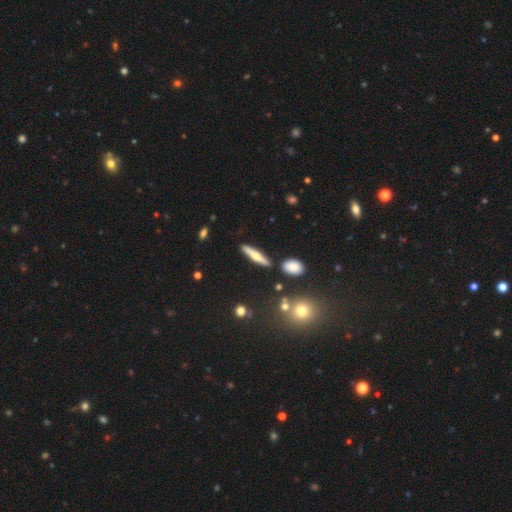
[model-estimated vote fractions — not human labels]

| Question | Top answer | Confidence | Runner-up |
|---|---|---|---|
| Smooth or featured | featured or disk | 49% | smooth (44%) |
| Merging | none | 87% | minor disturbance (7%) |